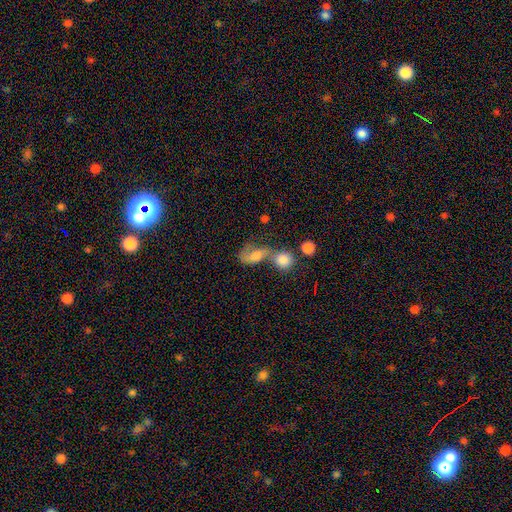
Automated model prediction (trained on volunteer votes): Overall: smooth (59%; featured or disk 30%). How rounded: in between (65%; round 30%). Merging: merger (60%).